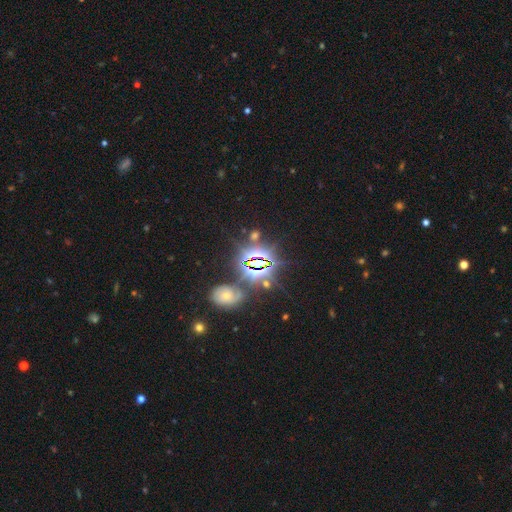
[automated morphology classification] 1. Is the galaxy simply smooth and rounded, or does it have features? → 82% star or artifact, 11% smooth, 7% featured or disk.